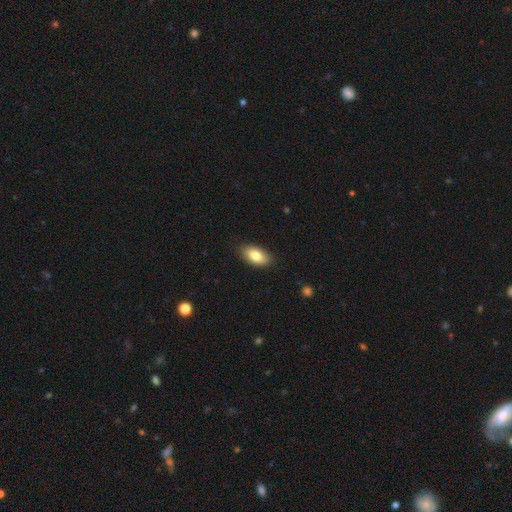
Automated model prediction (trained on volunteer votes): A smooth galaxy with no disk features (82%) that is in between round and cigar-shaped (92%). Merging: none (87%).